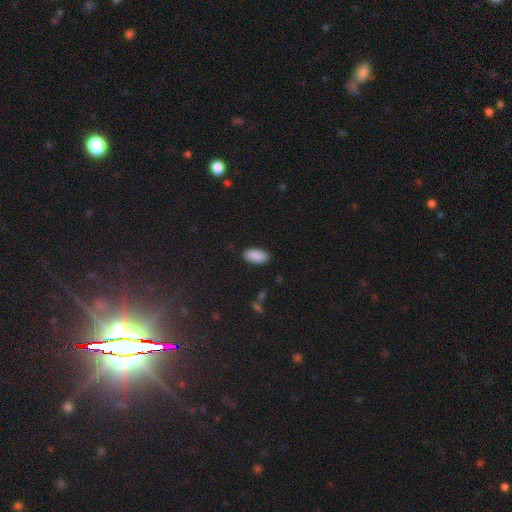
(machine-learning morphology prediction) smooth 90%, star or artifact 7%, featured or disk 3%. Down the decision tree: how rounded — in between (94%); merging — none (86%).